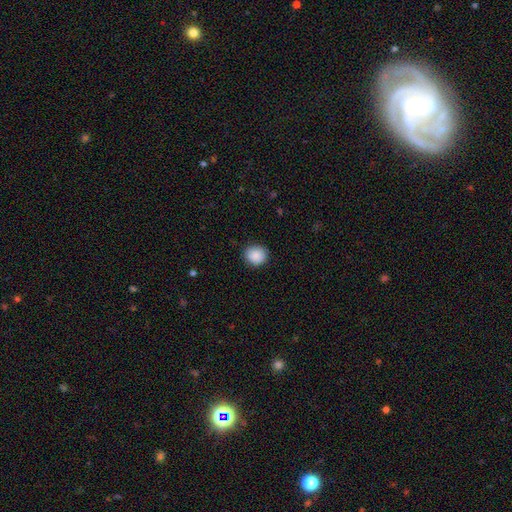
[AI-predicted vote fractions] Smooth or featured? smooth (89%)
How rounded? round (85%)
Merging? none (89%)